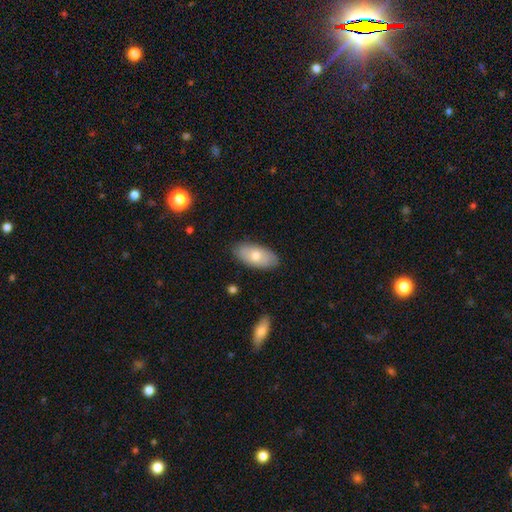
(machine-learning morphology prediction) Smooth or featured? Predicted: smooth (p=0.71). How rounded? Predicted: in between (p=0.93). Merging? Predicted: none (p=0.86).